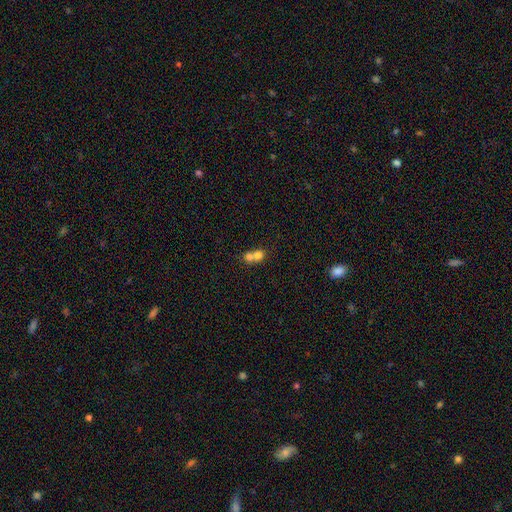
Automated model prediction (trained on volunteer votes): Smooth or featured: smooth — 72% (featured or disk — 17%)
How rounded: round — 74% (in between — 25%)
Merging: merger — 72% (none — 21%)